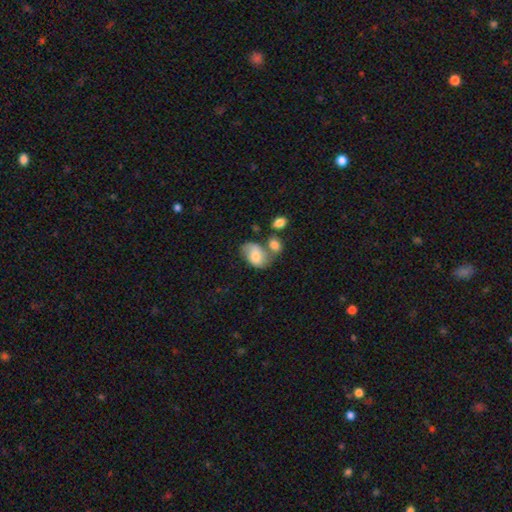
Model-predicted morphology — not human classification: This is likely a smooth galaxy (61%). How rounded: clearly in between (85%). Merging: marginally none (34%).